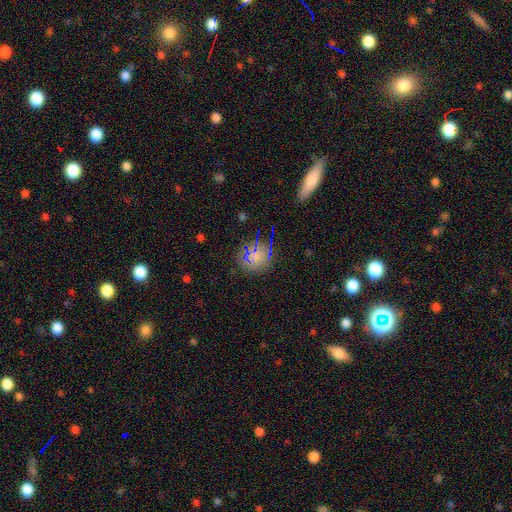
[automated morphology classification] type=smooth (65%); roundness=round (84%); merging=none (85%).